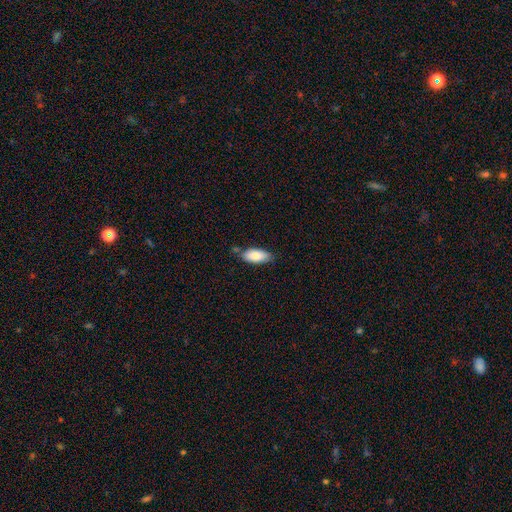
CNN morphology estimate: A smooth galaxy with no disk features (85%) that is in between round and cigar-shaped (87%).

Vote fractions:
- Smooth or featured? smooth: 85% / featured or disk: 9% / star or artifact: 6%
- How rounded? in between: 87% / cigar-shaped: 11% / round: 2%
- Merging? none: 71% / minor disturbance: 20% / merger: 6% / major disturbance: 3%